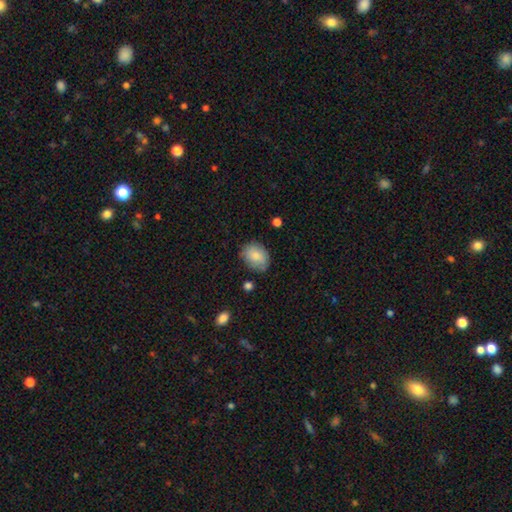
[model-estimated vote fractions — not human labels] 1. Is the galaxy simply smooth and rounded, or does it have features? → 83% smooth, 10% featured or disk, 7% star or artifact.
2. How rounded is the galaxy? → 66% in between, 33% round, 1% cigar-shaped.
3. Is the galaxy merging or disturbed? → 73% none, 21% minor disturbance, 4% major disturbance, 2% merger.